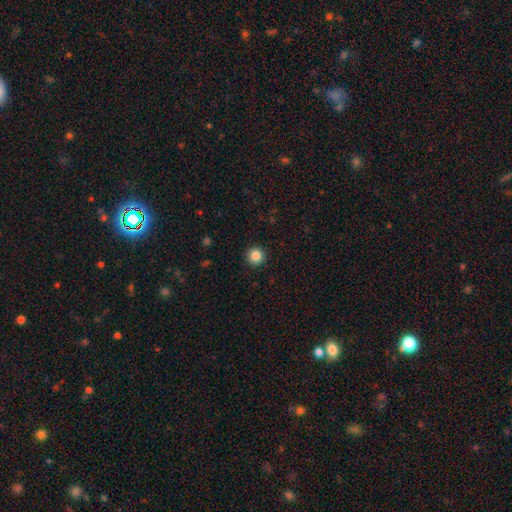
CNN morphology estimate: type=smooth (86%); roundness=round (96%); merging=none (93%).